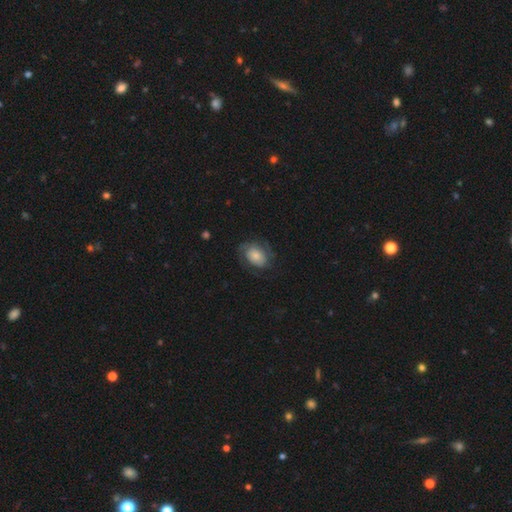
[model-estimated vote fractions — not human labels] Smooth or featured? Predicted: smooth (p=0.63). How rounded? Predicted: in between (p=0.75). Merging? Predicted: none (p=0.60).